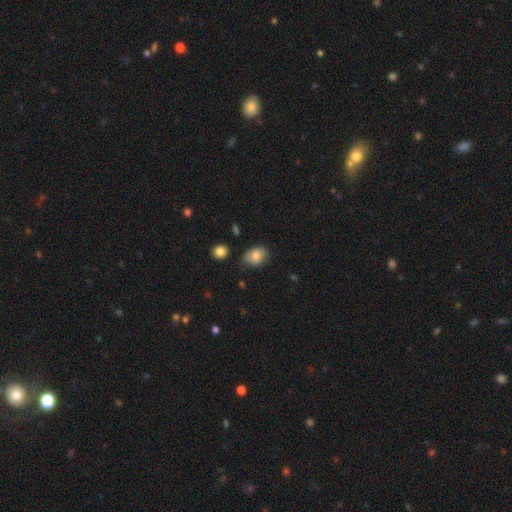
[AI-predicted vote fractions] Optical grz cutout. It shows a smooth galaxy with no disk features (81%) that is in between round and cigar-shaped (71%). Merging: none (66%).